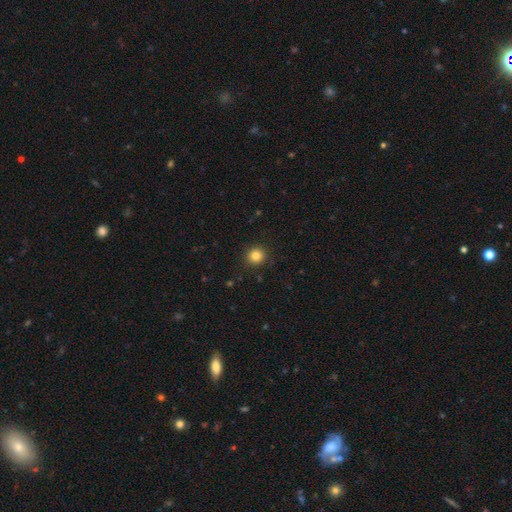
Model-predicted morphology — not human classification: type=smooth (83%); roundness=round (93%); merging=none (91%).